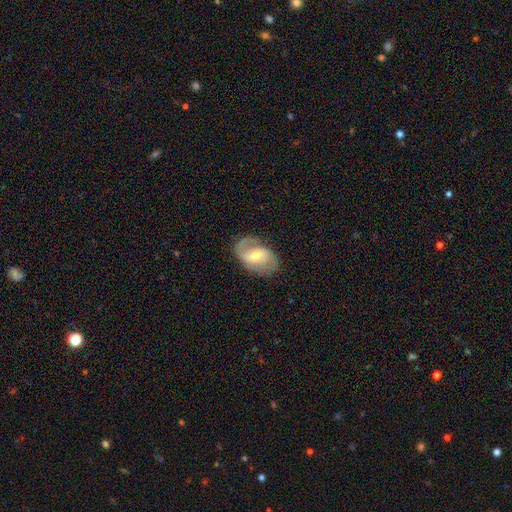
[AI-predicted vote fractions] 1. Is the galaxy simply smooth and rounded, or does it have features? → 73% featured or disk, 22% smooth, 6% star or artifact.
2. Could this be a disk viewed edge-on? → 97% no, 3% yes.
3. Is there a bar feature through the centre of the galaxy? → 50% weak, 27% no, 23% strong.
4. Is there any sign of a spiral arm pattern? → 88% yes, 12% no.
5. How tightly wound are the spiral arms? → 48% medium, 31% loose, 21% tight.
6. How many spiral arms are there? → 77% 2, 12% 1, 8% can't tell, 1% 3, 1% 4, 1% more than 4.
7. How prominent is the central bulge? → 50% small, 43% moderate, 4% large, 2% none, 1% dominant.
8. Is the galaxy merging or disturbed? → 71% none, 18% minor disturbance, 10% major disturbance, 1% merger.